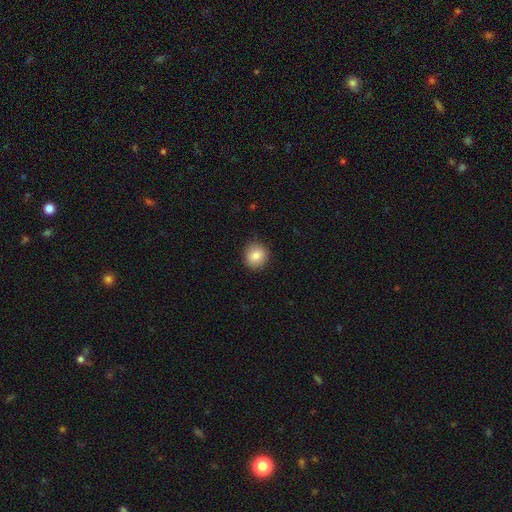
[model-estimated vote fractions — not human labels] This is clearly a smooth galaxy (85%). How rounded: clearly round (88%). Merging: clearly none (89%).